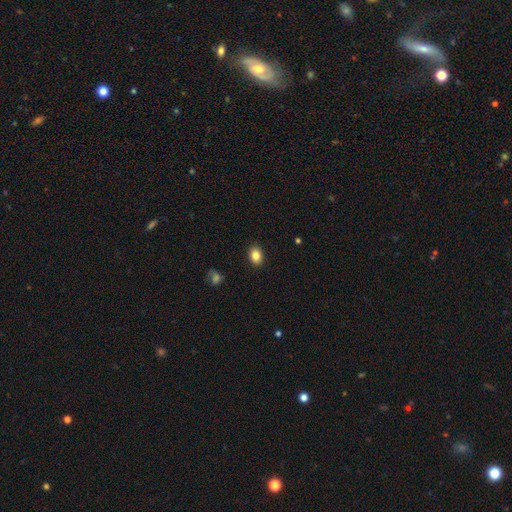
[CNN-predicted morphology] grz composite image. It shows a smooth galaxy with no disk features (85%) that is in between round and cigar-shaped (73%). Merging: none (89%).